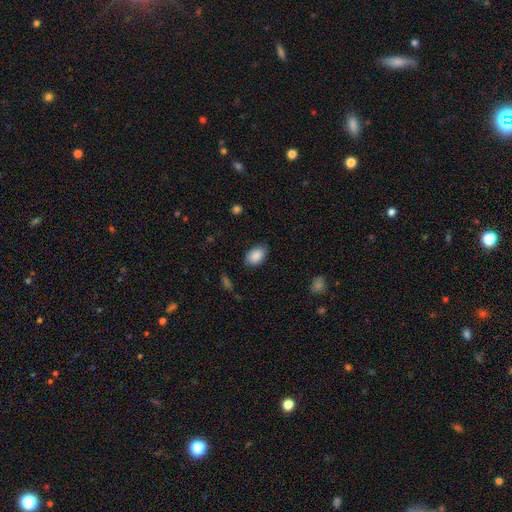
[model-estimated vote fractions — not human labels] This is clearly a smooth galaxy (88%). How rounded: clearly in between (89%). Merging: likely none (79%).